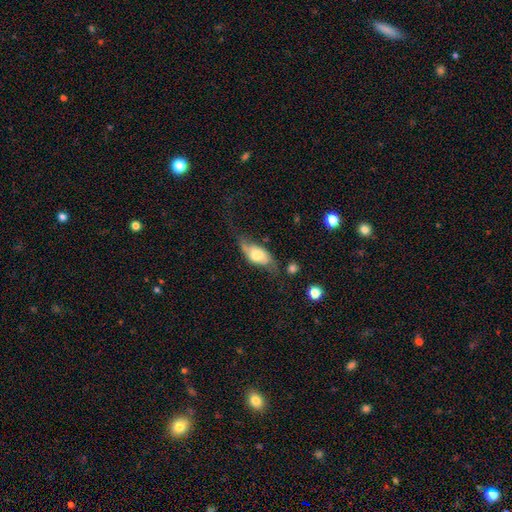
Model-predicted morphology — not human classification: smooth_or_featured: featured or disk (p=0.52) [alt: smooth p=0.40]
disk_edge_on: no (p=0.79) [alt: yes p=0.21]
merging: none (p=0.46) [alt: minor disturbance p=0.28]